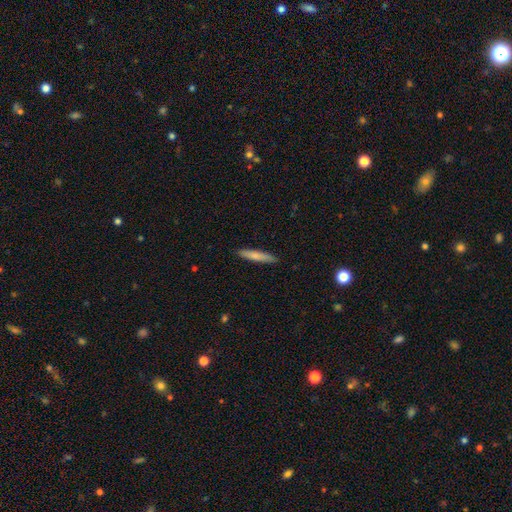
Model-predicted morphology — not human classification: A smooth galaxy with no disk features (74%) that is cigar-shaped (91%). Merging: none (90%).